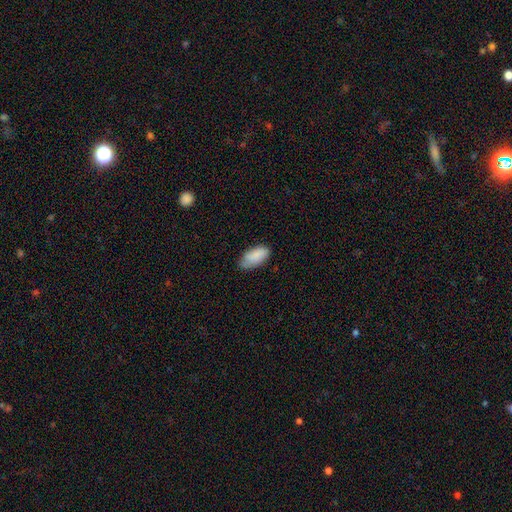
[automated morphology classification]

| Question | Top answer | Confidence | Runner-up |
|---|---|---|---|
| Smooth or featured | smooth | 86% | featured or disk (8%) |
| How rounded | in between | 93% | cigar-shaped (5%) |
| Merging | none | 64% | minor disturbance (29%) |